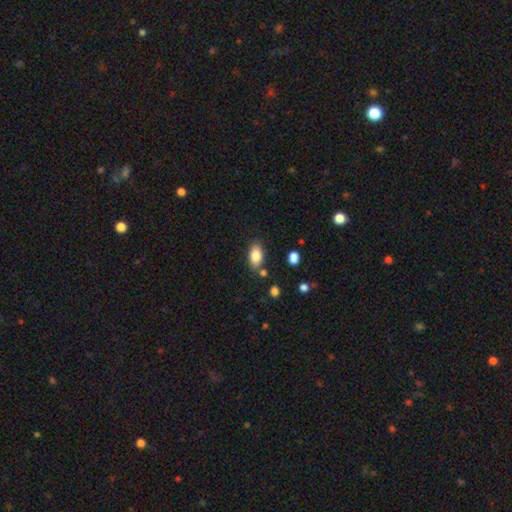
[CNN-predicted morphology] The model was most divided on "merging": none: 79%, minor disturbance: 13%, merger: 5%, major disturbance: 3%. More confident: how rounded — in between (90%); smooth or featured — smooth (85%).